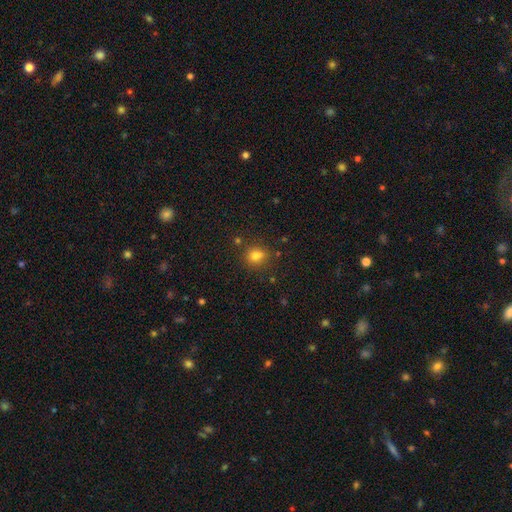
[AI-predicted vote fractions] Smooth or featured? Predicted: smooth (p=0.78). How rounded? Predicted: round (p=0.58). Merging? Predicted: none (p=0.72).